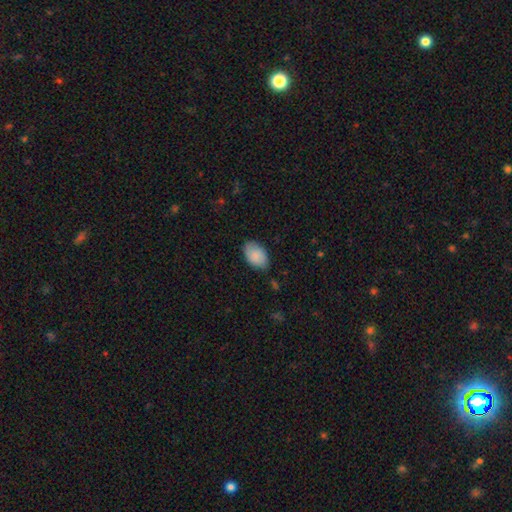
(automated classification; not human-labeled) Smooth or featured?
  - smooth: 86% *
  - featured or disk: 8%
  - star or artifact: 6%
How rounded?
  - in between: 90% *
  - round: 9%
  - cigar-shaped: 1%
Merging?
  - none: 76% *
  - minor disturbance: 20%
  - major disturbance: 3%
  - merger: 1%